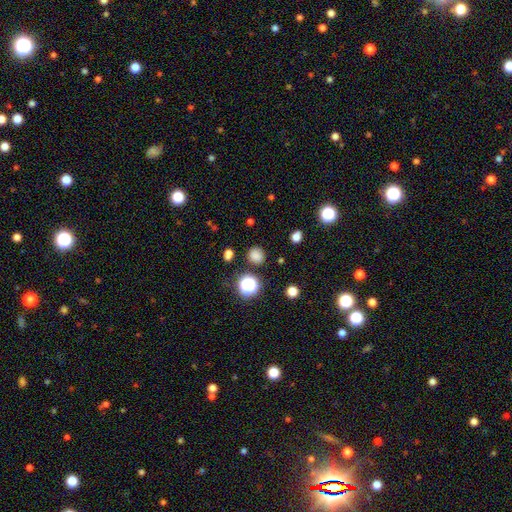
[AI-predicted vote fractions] Morphology: type=smooth (78%); roundness=round (85%); merging=none (85%).